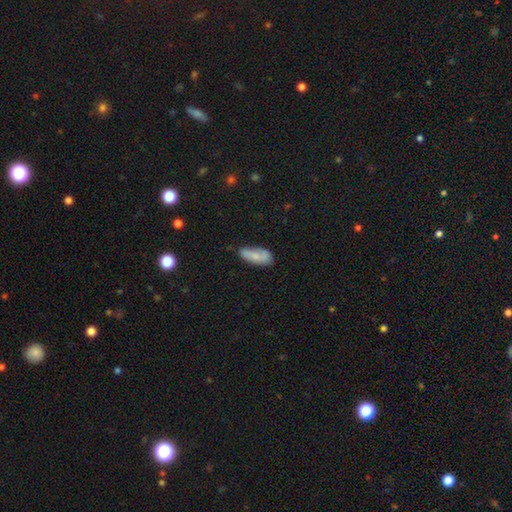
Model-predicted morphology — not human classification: type=smooth (74%); roundness=in between (80%); merging=none (60%).